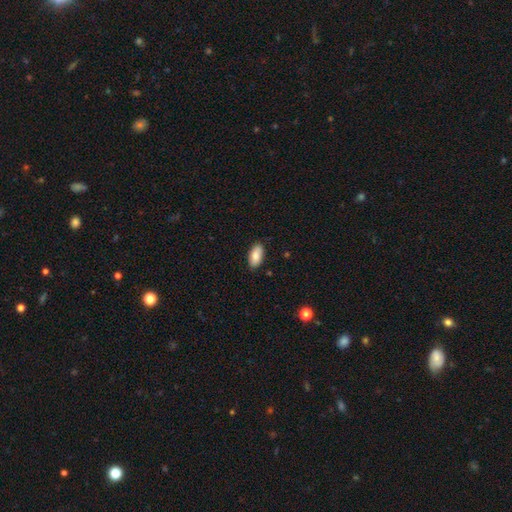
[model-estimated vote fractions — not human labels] smooth_or_featured: smooth (p=0.81) [alt: featured or disk p=0.12]
how_rounded: in between (p=0.93) [alt: cigar-shaped p=0.04]
merging: none (p=0.87) [alt: minor disturbance p=0.10]